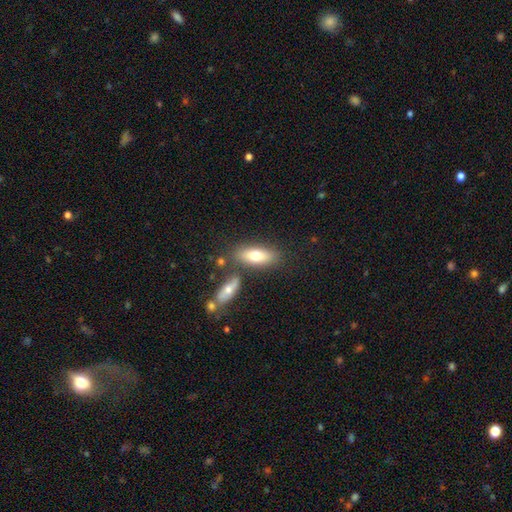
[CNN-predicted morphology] type=smooth (71%); roundness=in between (74%); merging=none (68%).